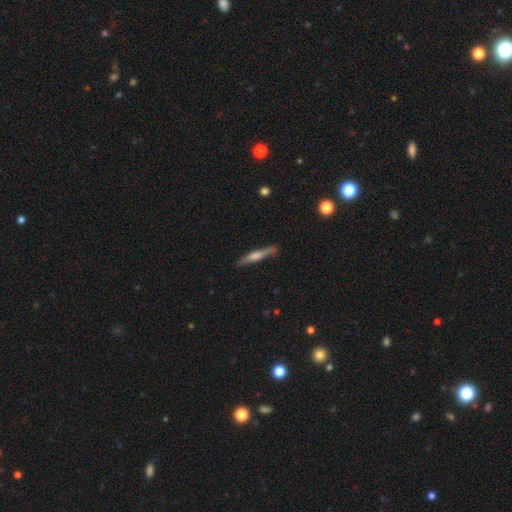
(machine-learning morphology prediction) The model was most divided on "smooth or featured": featured or disk: 64%, smooth: 29%, star or artifact: 7%. More confident: edge-on disk — yes (96%); merging — none (83%); edge-on bulge — rounded (75%).